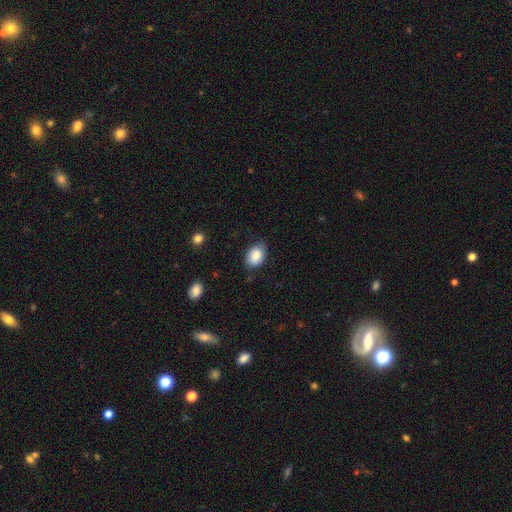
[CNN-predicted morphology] type=smooth (85%); roundness=in between (82%); merging=none (74%).